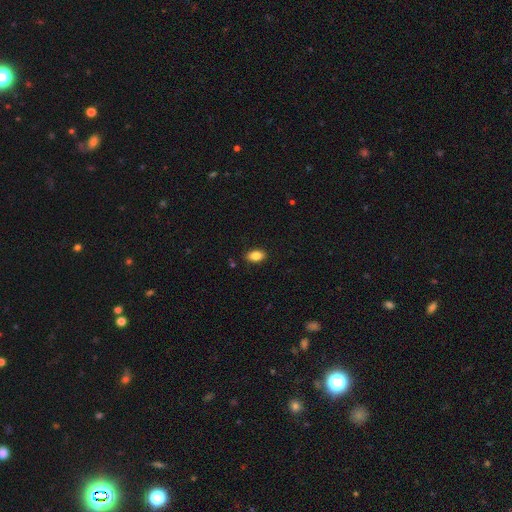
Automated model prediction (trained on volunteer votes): smooth_or_featured: smooth (p=0.85) [alt: star or artifact p=0.08]
how_rounded: in between (p=0.90) [alt: round p=0.07]
merging: none (p=0.88) [alt: minor disturbance p=0.09]